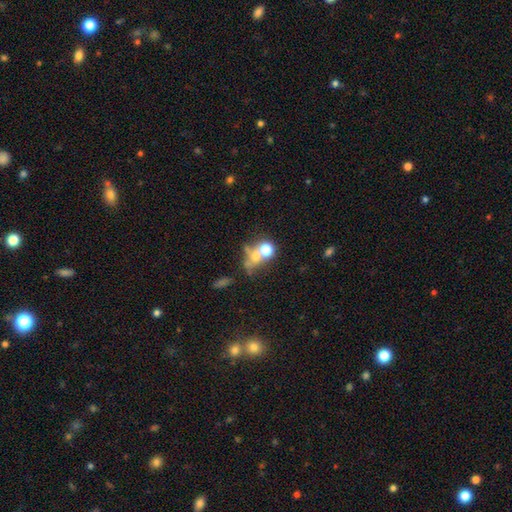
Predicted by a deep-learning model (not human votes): smooth-or-featured: smooth: 57% | featured or disk: 25% | star or artifact: 18%
  how-rounded: round: 61% | in between: 36% | cigar-shaped: 2%
  merging: merger: 53% | none: 26% | major disturbance: 12% | minor disturbance: 9%